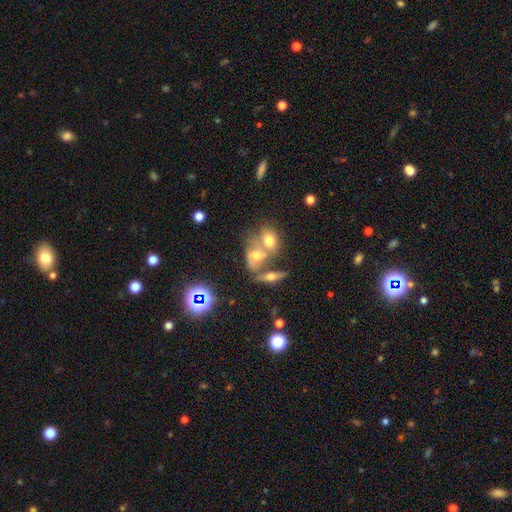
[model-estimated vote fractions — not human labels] Morphology: type=smooth (51%); roundness=in between (68%); merging=merger (55%).